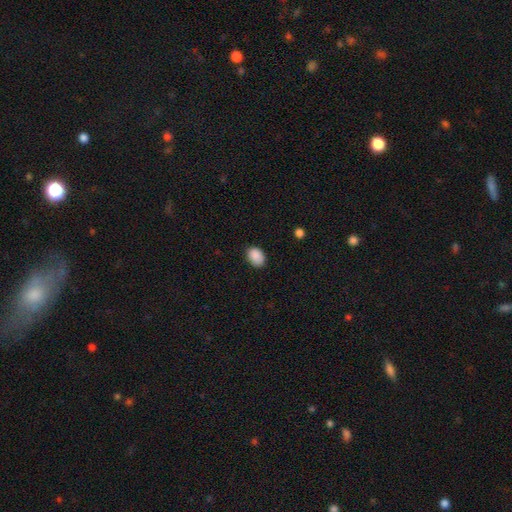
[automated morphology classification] The model was most divided on "how rounded": in between: 76%, round: 23%, cigar-shaped: 1%. More confident: smooth or featured — smooth (89%); merging — none (82%).